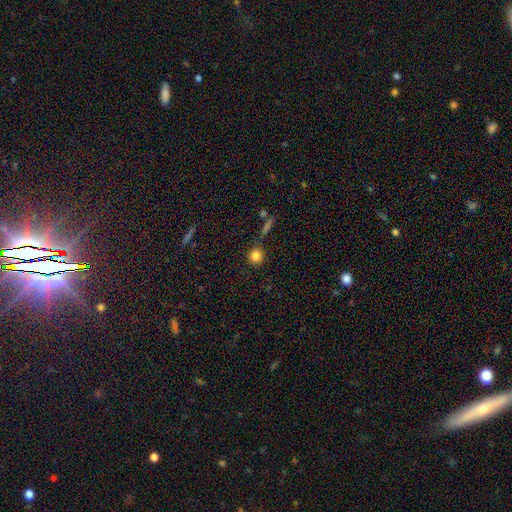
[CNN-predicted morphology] smooth-or-featured: smooth: 82% | star or artifact: 12% | featured or disk: 6%
  how-rounded: round: 89% | in between: 10% | cigar-shaped: 1%
  merging: none: 81% | minor disturbance: 10% | merger: 5% | major disturbance: 3%